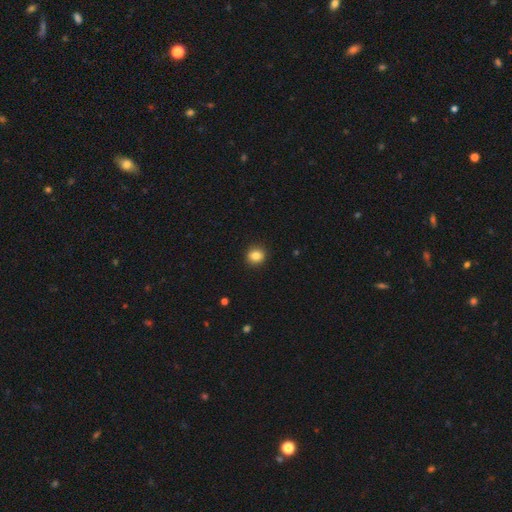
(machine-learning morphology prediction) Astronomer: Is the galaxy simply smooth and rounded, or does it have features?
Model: smooth — 84%.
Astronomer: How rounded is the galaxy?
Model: round — 87%.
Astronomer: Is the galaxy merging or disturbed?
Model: none — 92%.